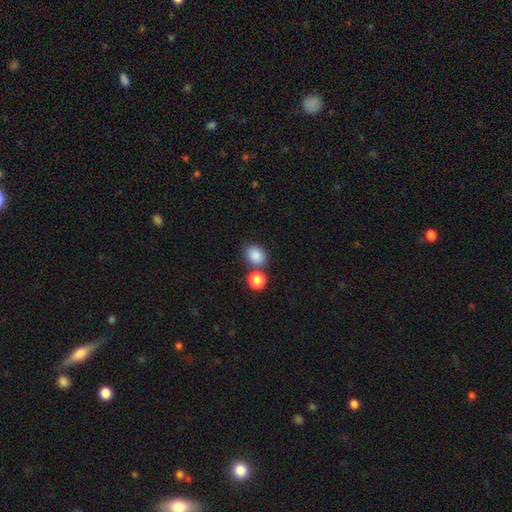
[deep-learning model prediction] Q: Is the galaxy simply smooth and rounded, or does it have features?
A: smooth — 86%.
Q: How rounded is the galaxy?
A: in between — 54%.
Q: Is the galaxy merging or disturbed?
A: none — 68%.